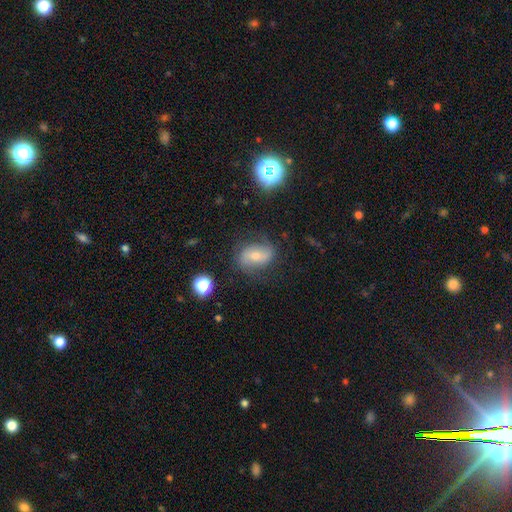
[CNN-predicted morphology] Smooth or featured? Predicted: featured or disk (p=0.53). Edge-on disk? Predicted: no (p=0.94). Bar? Predicted: no (p=0.37, tied with weak). Spiral arms? Predicted: yes (p=0.79). Bulge size? Predicted: moderate (p=0.51). Merging? Predicted: none (p=0.68).